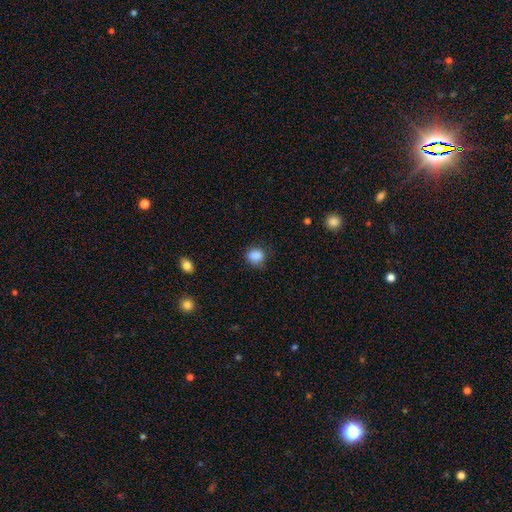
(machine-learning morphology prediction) Overall: smooth (87%). How rounded: round (60%; in between 39%). Merging: none (69%).